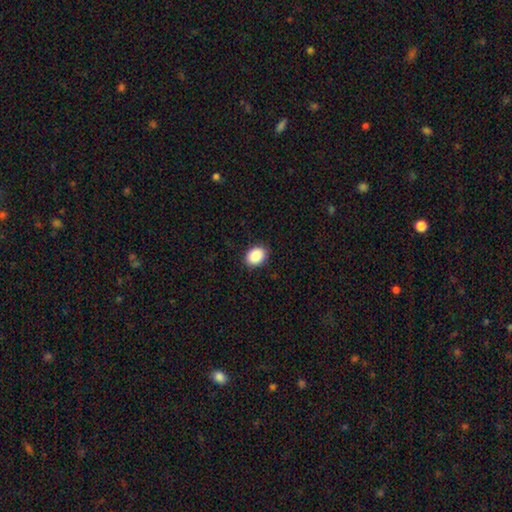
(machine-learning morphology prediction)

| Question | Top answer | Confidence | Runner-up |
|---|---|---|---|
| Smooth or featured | smooth | 88% | star or artifact (8%) |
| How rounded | in between | 57% | round (42%) |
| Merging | none | 89% | minor disturbance (8%) |